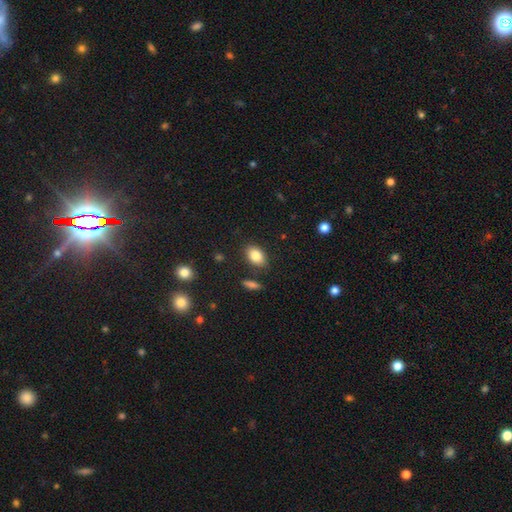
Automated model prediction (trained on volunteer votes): Overall: smooth (83%). How rounded: in between (85%). Merging: none (82%).